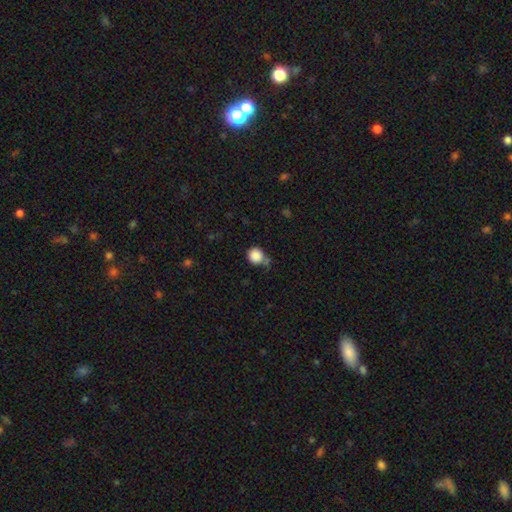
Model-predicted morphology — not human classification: A smooth galaxy with no disk features (87%) that is round (90%). Merging: none (62%).